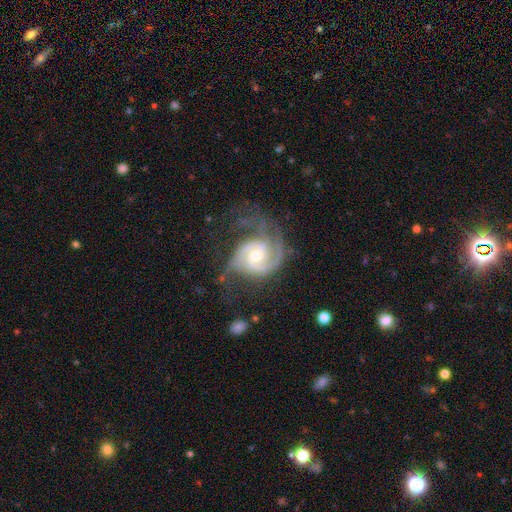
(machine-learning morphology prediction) A featured or disk galaxy (91%) with no bar (53%), 2 (61%) medium (46%) spiral arms (98%) and a moderate central bulge (62%). Merging: none (53%).